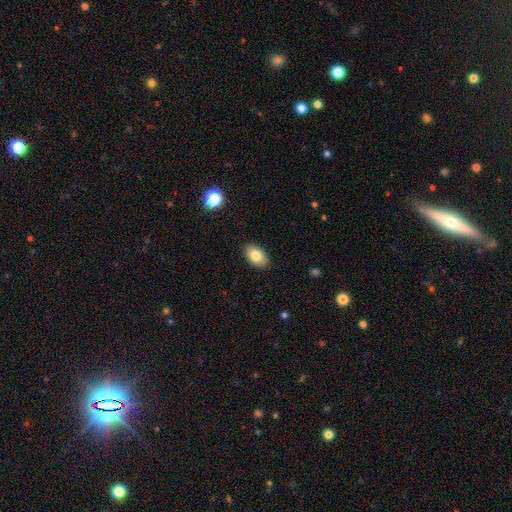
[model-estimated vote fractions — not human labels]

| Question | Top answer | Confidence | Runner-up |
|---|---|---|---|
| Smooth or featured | smooth | 82% | featured or disk (11%) |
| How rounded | in between | 91% | round (8%) |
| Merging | none | 88% | minor disturbance (9%) |